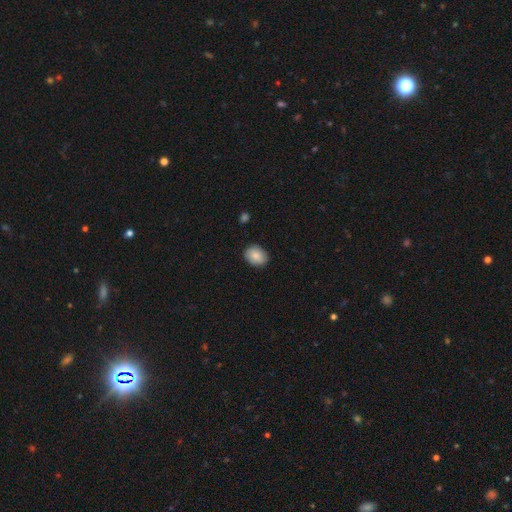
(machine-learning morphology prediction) smooth-or-featured: smooth: 87% | star or artifact: 7% | featured or disk: 6%
  how-rounded: in between: 62% | round: 38% | cigar-shaped: 1%
  merging: none: 87% | minor disturbance: 10% | major disturbance: 2% | merger: 1%